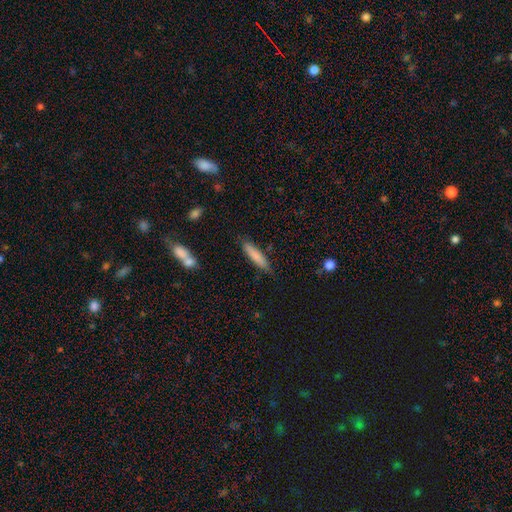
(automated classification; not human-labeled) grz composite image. It shows a smooth galaxy with no disk features (80%) that is cigar-shaped (82%). Merging: none (83%).